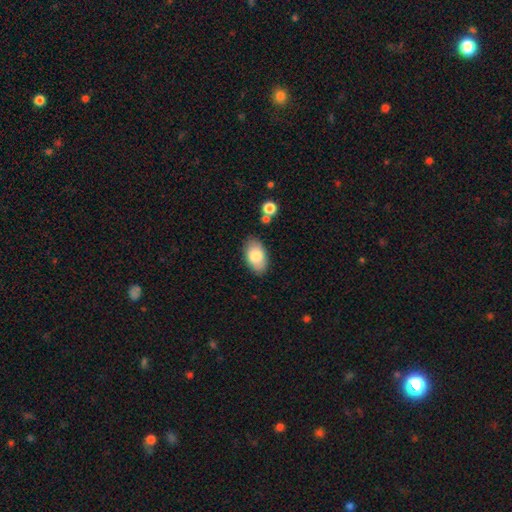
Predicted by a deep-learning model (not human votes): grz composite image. It shows a smooth galaxy with no disk features (82%) that is in between round and cigar-shaped (94%). Merging: none (83%).